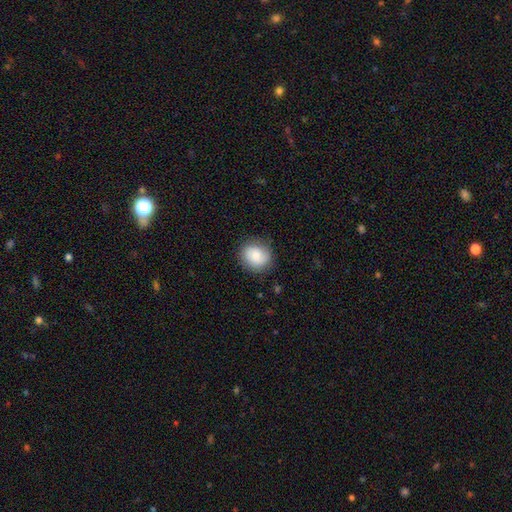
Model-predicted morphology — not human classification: smooth 80%, featured or disk 12%, star or artifact 7%. Down the decision tree: how rounded — round (78%); merging — none (84%).